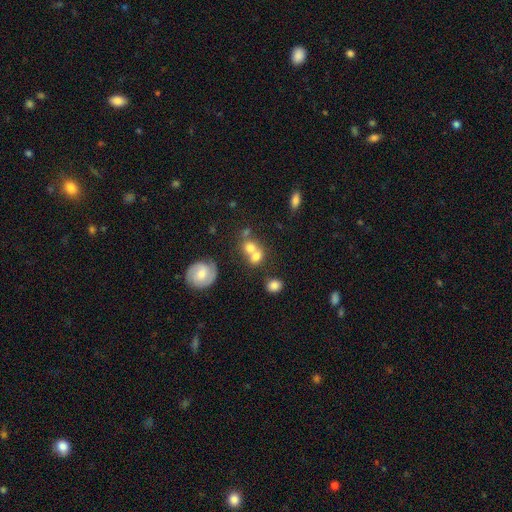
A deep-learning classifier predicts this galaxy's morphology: The model was most divided on "merging": merger: 59%, none: 28%, minor disturbance: 8%, major disturbance: 5%. More confident: smooth or featured — smooth (69%); how rounded — round (65%).